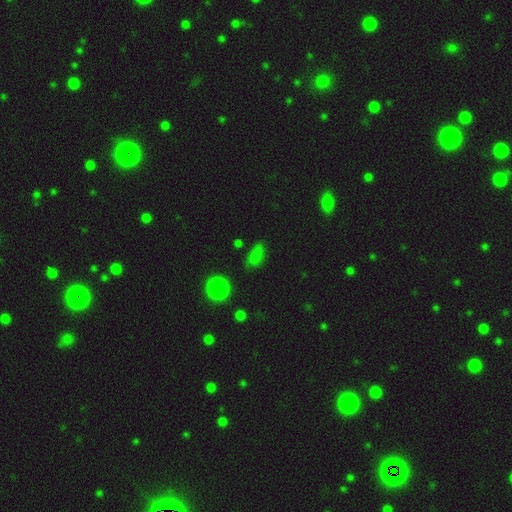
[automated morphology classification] Overall: smooth (76%). How rounded: in between (79%). Merging: none (73%).